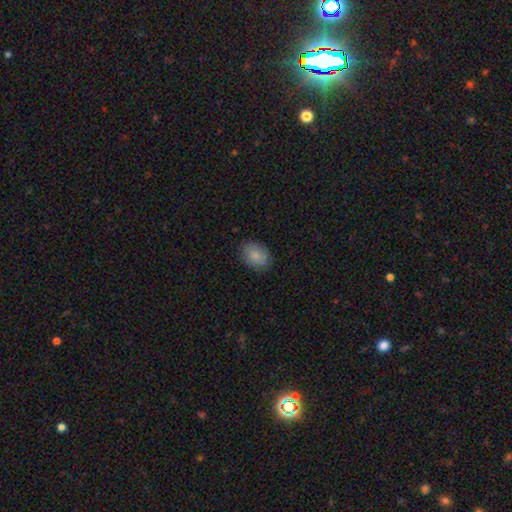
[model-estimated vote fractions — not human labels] Smooth or featured? smooth (83%)
How rounded? in between (67%)
Merging? none (83%)